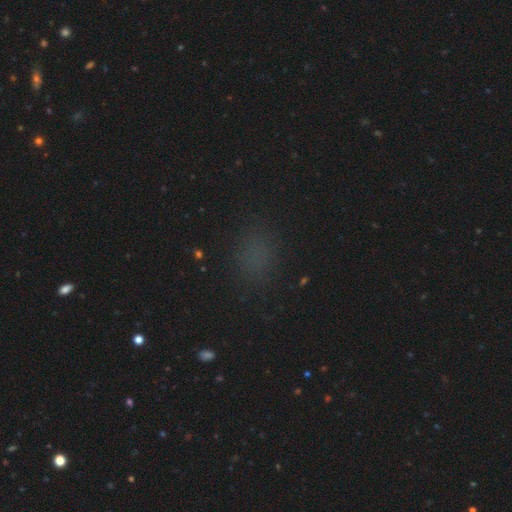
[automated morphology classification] smooth-or-featured: smooth: 62% | star or artifact: 32% | featured or disk: 6%
  how-rounded: round: 51% | in between: 46% | cigar-shaped: 3%
  merging: none: 84% | minor disturbance: 10% | major disturbance: 4% | merger: 2%